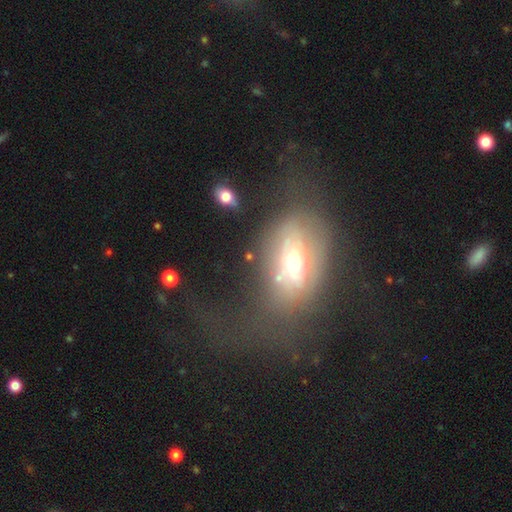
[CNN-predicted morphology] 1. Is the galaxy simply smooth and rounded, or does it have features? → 44% smooth, 42% featured or disk, 14% star or artifact.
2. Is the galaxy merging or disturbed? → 48% major disturbance, 27% none, 20% minor disturbance, 5% merger.